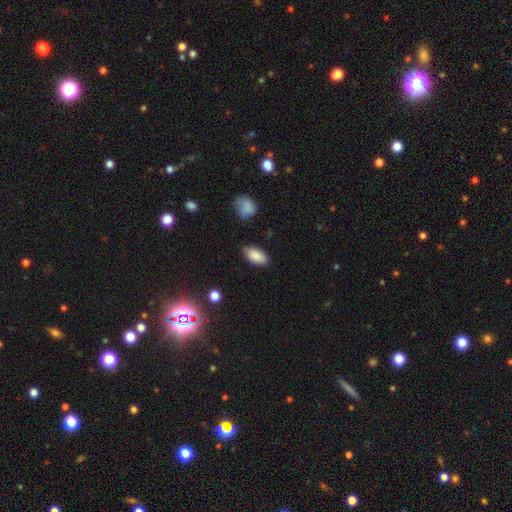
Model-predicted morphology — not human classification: This is clearly a smooth galaxy (88%). How rounded: clearly in between (94%). Merging: clearly none (81%).